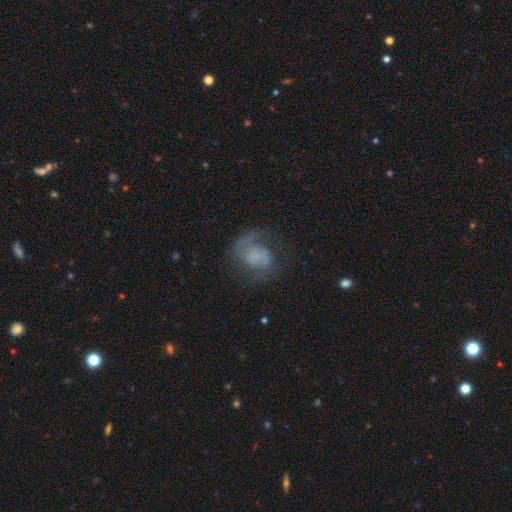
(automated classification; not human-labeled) A featured or disk galaxy (60%) with no bar (72%), spiral arms (77%) and no central bulge (57%). Merging: none (50%).